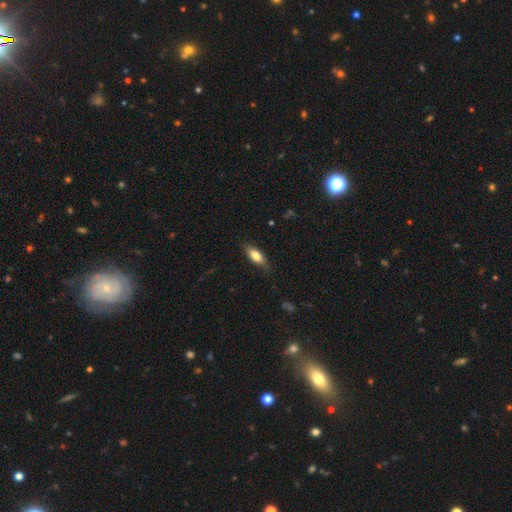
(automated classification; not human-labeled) The model was most divided on "how rounded": in between: 74%, cigar-shaped: 24%, round: 2%. More confident: smooth or featured — smooth (80%); merging — none (80%).